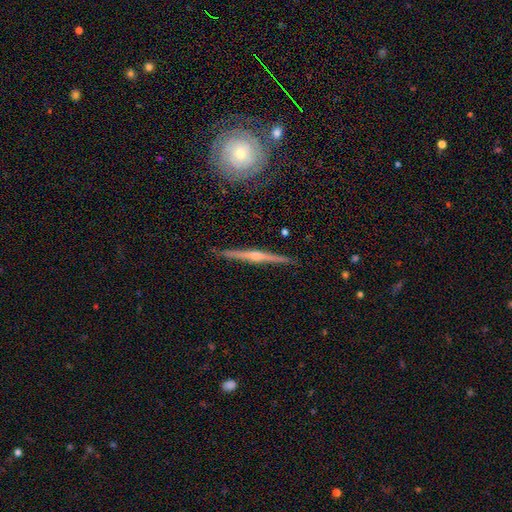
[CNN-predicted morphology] This appears to be a featured or disk galaxy (83%) viewed edge-on (95%) with a rounded central bulge (84%). Merging: none (89%).